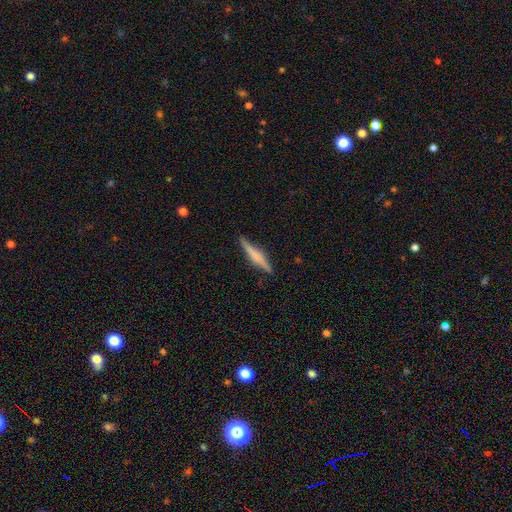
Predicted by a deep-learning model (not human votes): smooth_or_featured: featured or disk (p=0.54) [alt: smooth p=0.40]
disk_edge_on: yes (p=0.97) [alt: no p=0.03]
edge_on_bulge: rounded (p=0.51) [alt: boxy p=0.28]
merging: none (p=0.87) [alt: minor disturbance p=0.09]